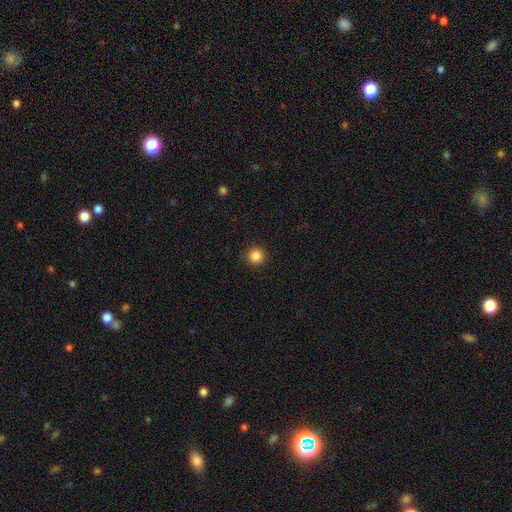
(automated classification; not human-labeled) Smooth or featured? Predicted: smooth (p=0.85). How rounded? Predicted: round (p=0.96). Merging? Predicted: none (p=0.91).